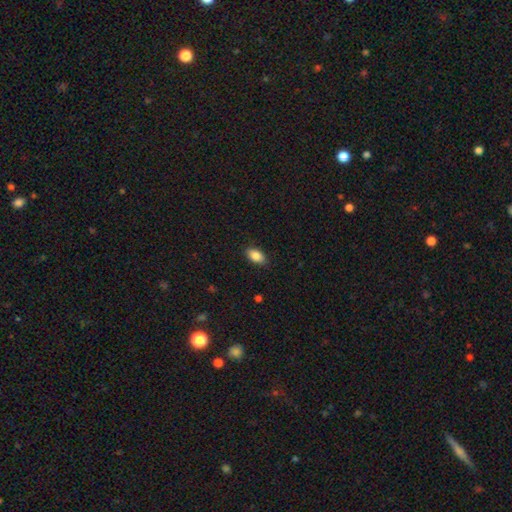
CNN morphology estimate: smooth_or_featured: smooth (p=0.87) [alt: star or artifact p=0.08]
how_rounded: in between (p=0.92) [alt: round p=0.05]
merging: none (p=0.88) [alt: minor disturbance p=0.09]